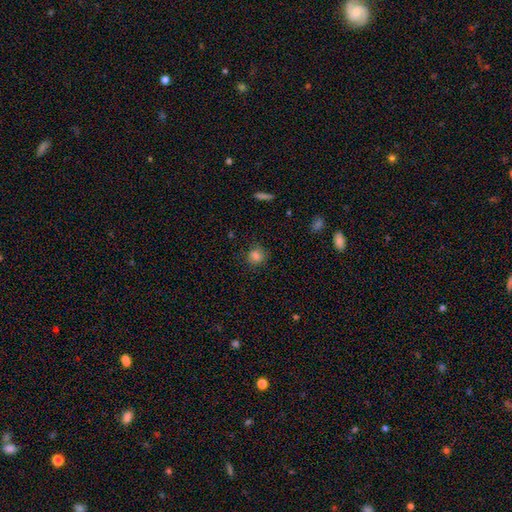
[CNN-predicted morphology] Smooth or featured? smooth (82%)
How rounded? round (84%)
Merging? none (80%)